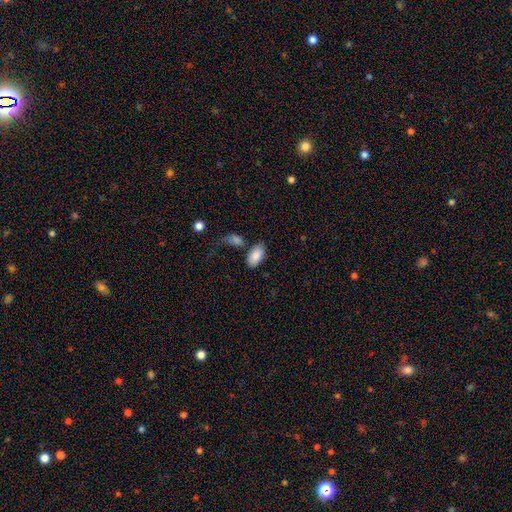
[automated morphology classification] type=smooth (85%); roundness=in between (95%); merging=none (72%).